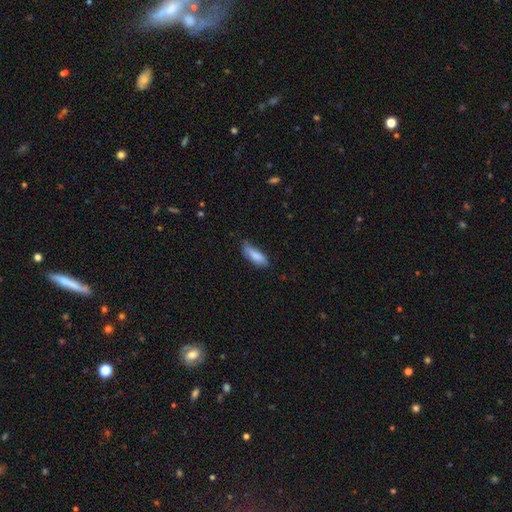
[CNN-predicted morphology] Smooth or featured?
  - smooth: 82% *
  - featured or disk: 11%
  - star or artifact: 6%
How rounded?
  - in between: 53% *
  - cigar-shaped: 45%
  - round: 2%
Merging?
  - none: 55% *
  - minor disturbance: 35%
  - major disturbance: 8%
  - merger: 2%